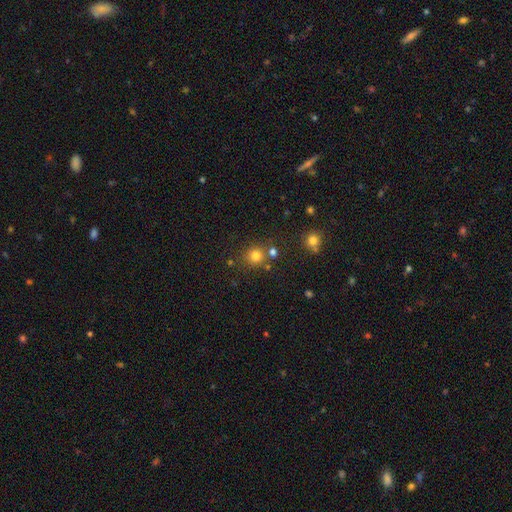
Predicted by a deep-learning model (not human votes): The model was most divided on "merging": none: 74%, merger: 13%, minor disturbance: 9%, major disturbance: 3%. More confident: how rounded — round (89%); smooth or featured — smooth (77%).